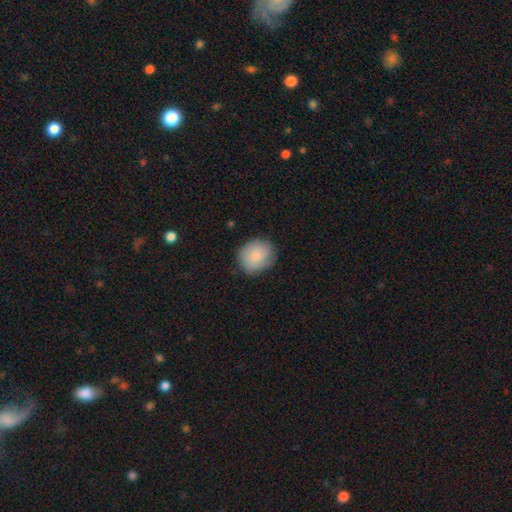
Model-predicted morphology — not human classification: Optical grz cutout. It shows a smooth galaxy with no disk features (82%) that is round (76%). Merging: none (80%).